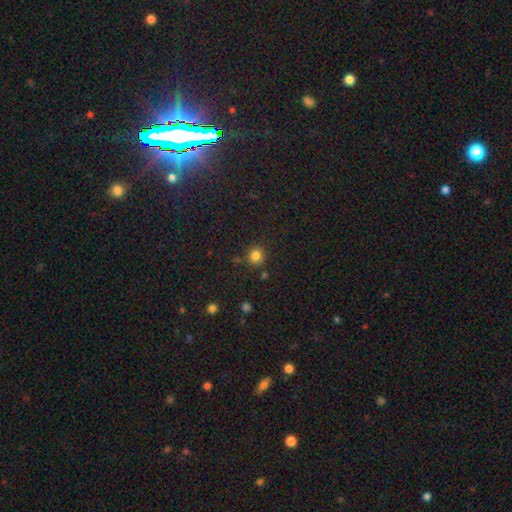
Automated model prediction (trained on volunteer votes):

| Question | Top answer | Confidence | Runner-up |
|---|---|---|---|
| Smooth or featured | smooth | 82% | star or artifact (13%) |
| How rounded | round | 91% | in between (8%) |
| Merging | none | 85% | minor disturbance (9%) |